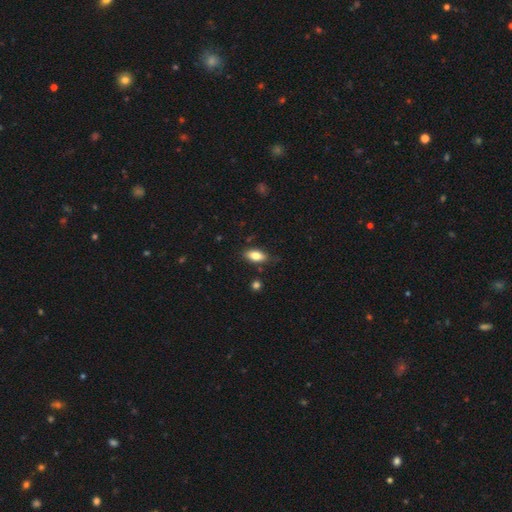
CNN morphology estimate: A smooth galaxy with no disk features (81%) that is in between round and cigar-shaped (88%).

Vote fractions:
- Smooth or featured? smooth: 81% / featured or disk: 11% / star or artifact: 7%
- How rounded? in between: 88% / cigar-shaped: 8% / round: 4%
- Merging? none: 81% / minor disturbance: 14% / major disturbance: 3% / merger: 2%